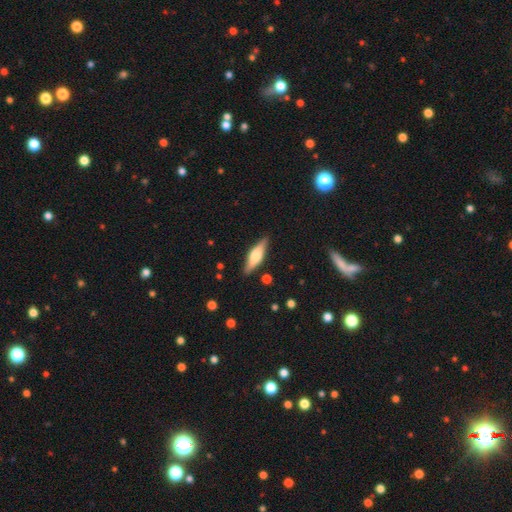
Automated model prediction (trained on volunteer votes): Smooth or featured? smooth (50%)
How rounded? cigar-shaped (57%)
Merging? none (87%)